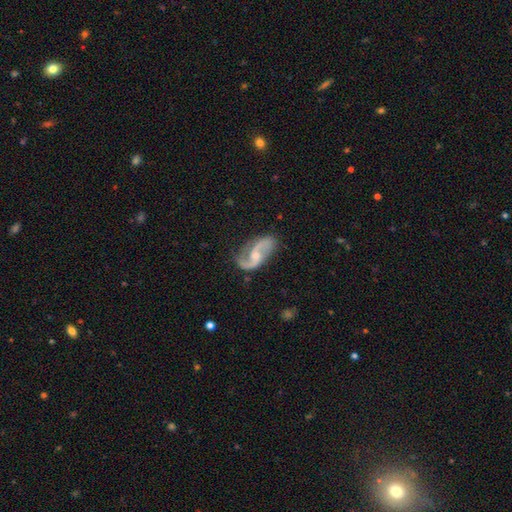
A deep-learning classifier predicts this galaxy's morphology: This is clearly a featured or disk galaxy (88%). It is clearly not viewed edge-on (97%). Bar: marginally weak (45%). Spiral arm pattern: clearly yes (97%). Spiral arm count: clearly 2 (91%). Spiral winding: possibly loose (54%). Central bulge: marginally small (44%, tied with moderate). Merging: likely none (69%).